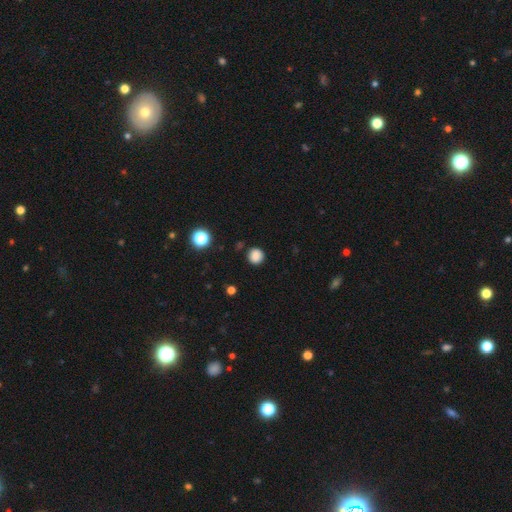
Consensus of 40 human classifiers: Q: Smooth or featured?
A: smooth (88%); runner-up: star or artifact (10%)
Q: How rounded?
A: round (94%); runner-up: in between (6%)
Q: Merging?
A: none (92%); runner-up: minor disturbance (8%)